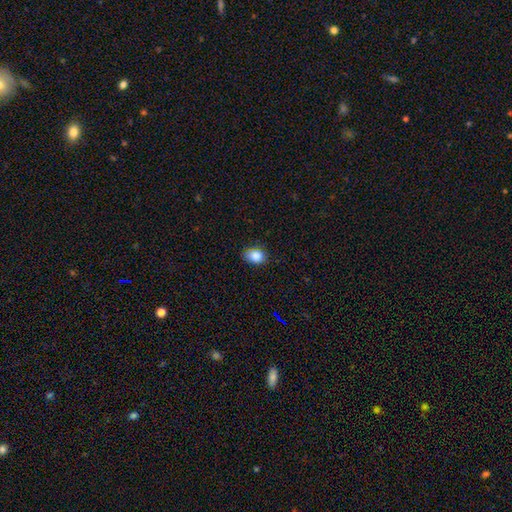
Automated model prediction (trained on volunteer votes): A smooth galaxy with no disk features (85%) that is in between round and cigar-shaped (67%). Merging: none (78%).